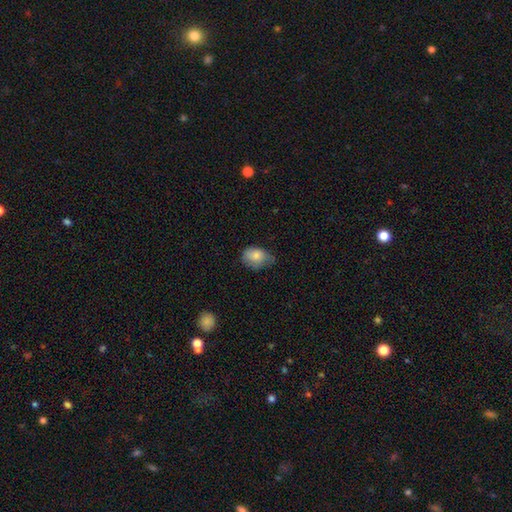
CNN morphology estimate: smooth-or-featured: smooth: 82% | featured or disk: 11% | star or artifact: 8%
  how-rounded: in between: 72% | round: 27% | cigar-shaped: 1%
  merging: none: 48% | minor disturbance: 39% | major disturbance: 11% | merger: 2%